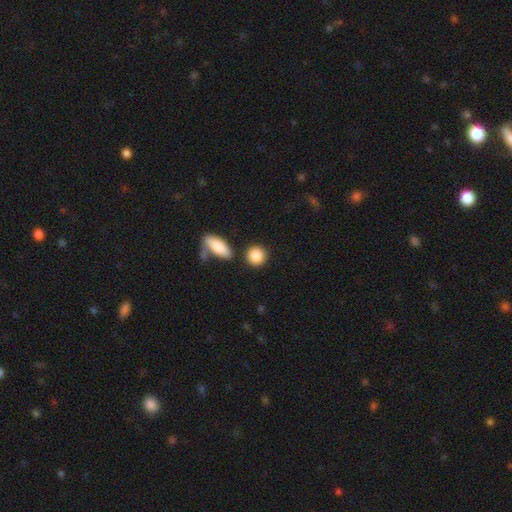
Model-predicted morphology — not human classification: type=smooth (87%); roundness=round (81%); merging=none (77%).